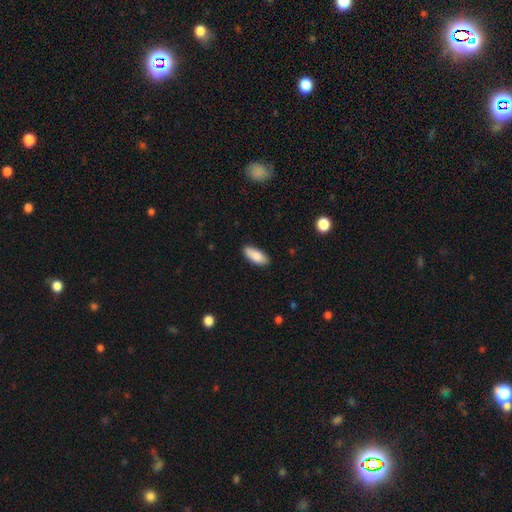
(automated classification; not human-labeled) smooth-or-featured: smooth: 85% | featured or disk: 9% | star or artifact: 6%
  how-rounded: in between: 82% | cigar-shaped: 16% | round: 2%
  merging: none: 84% | minor disturbance: 12% | major disturbance: 2% | merger: 1%